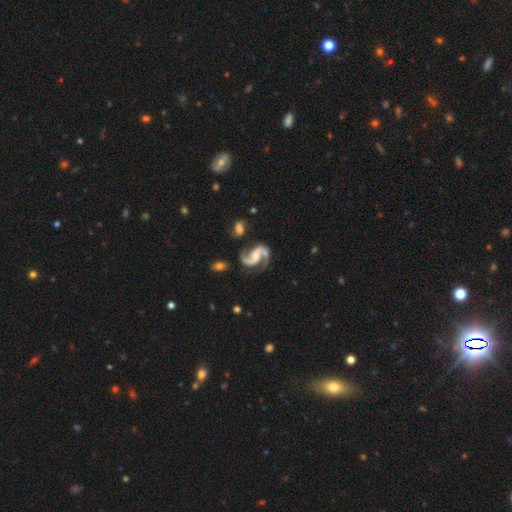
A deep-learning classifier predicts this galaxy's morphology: This is clearly a featured or disk galaxy (92%). It is clearly not viewed edge-on (98%). Bar: marginally weak (41%). Spiral arm pattern: clearly yes (98%). Spiral arm count: clearly 2 (94%). Spiral winding: possibly medium (51%). Central bulge: marginally small (35%). Merging: likely none (67%).